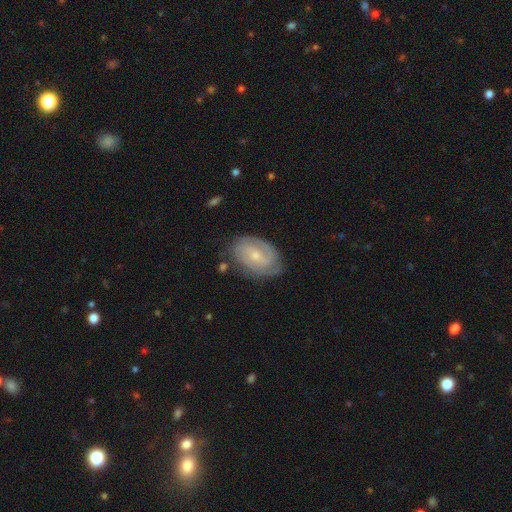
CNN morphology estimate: This appears to be a featured or disk galaxy (78%) with no bar (54%), 2 (52%) tight (58%) spiral arms (92%) and a small central bulge (66%). Merging: none (75%).